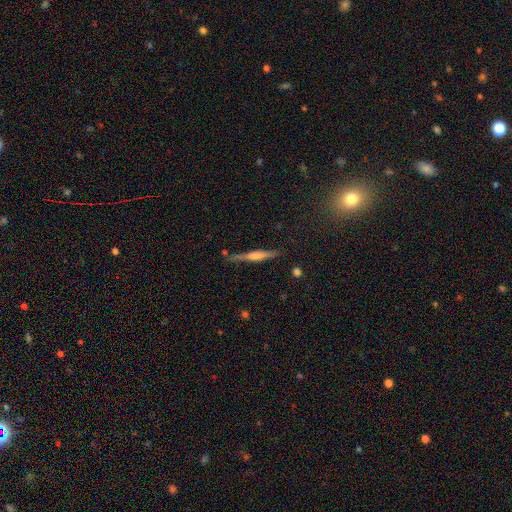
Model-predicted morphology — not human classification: featured or disk 63%, smooth 29%, star or artifact 8%. Down the decision tree: edge-on disk — yes (97%); edge-on bulge — rounded (53%); merging — none (83%).